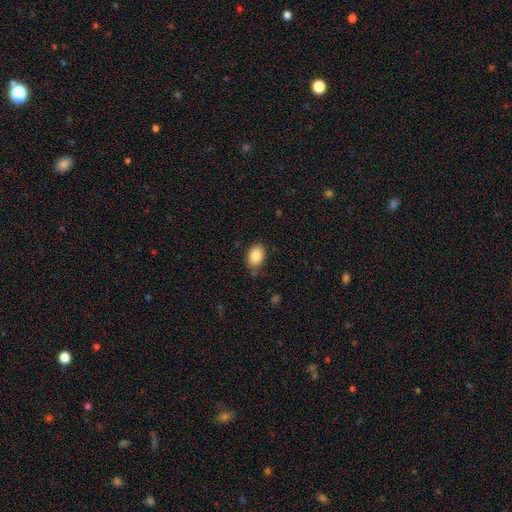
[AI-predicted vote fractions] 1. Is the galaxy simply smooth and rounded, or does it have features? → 86% smooth, 8% star or artifact, 6% featured or disk.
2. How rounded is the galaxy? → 78% in between, 21% round, 1% cigar-shaped.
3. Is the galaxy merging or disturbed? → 79% none, 16% minor disturbance, 3% major disturbance, 2% merger.